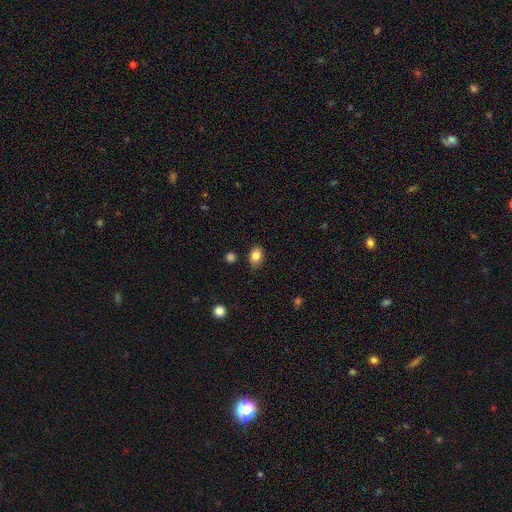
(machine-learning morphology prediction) Overall: smooth (84%). How rounded: in between (71%). Merging: none (82%).